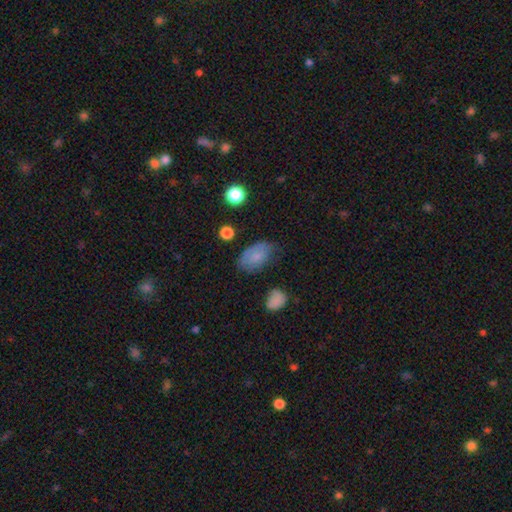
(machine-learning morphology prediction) type=smooth (69%); roundness=in between (90%); merging=none (61%).